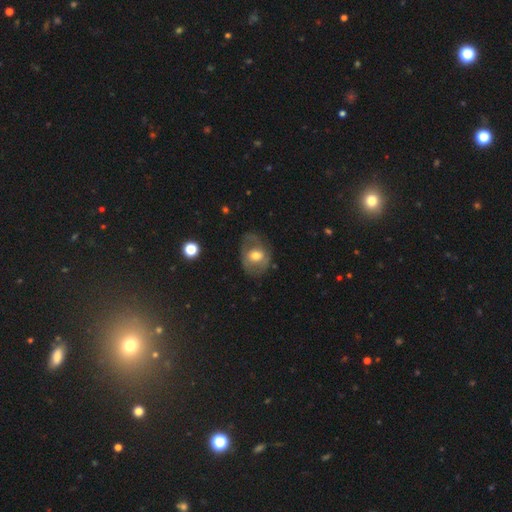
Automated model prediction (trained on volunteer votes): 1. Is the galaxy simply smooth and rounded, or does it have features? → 47% smooth, 45% featured or disk, 8% star or artifact.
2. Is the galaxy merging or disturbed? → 60% none, 24% minor disturbance, 14% major disturbance, 2% merger.